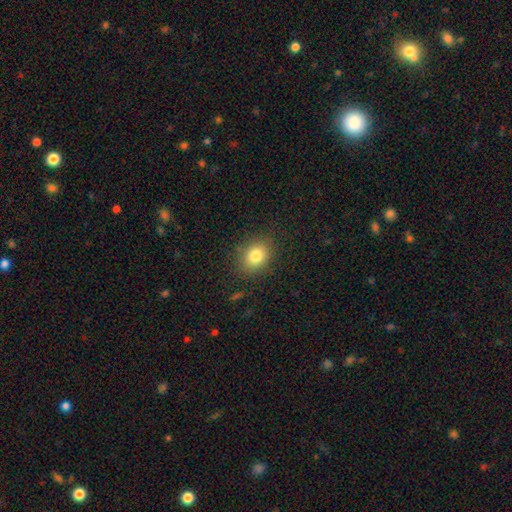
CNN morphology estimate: type=smooth (81%); roundness=in between (52%); merging=none (85%).